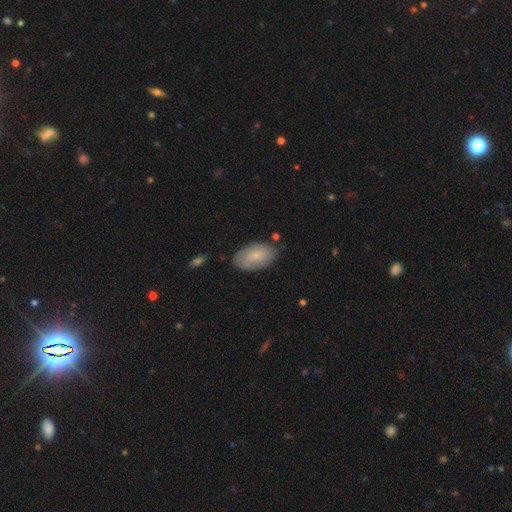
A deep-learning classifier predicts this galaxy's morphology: smooth 70%, featured or disk 24%, star or artifact 6%. Down the decision tree: how rounded — in between (94%); merging — none (79%).